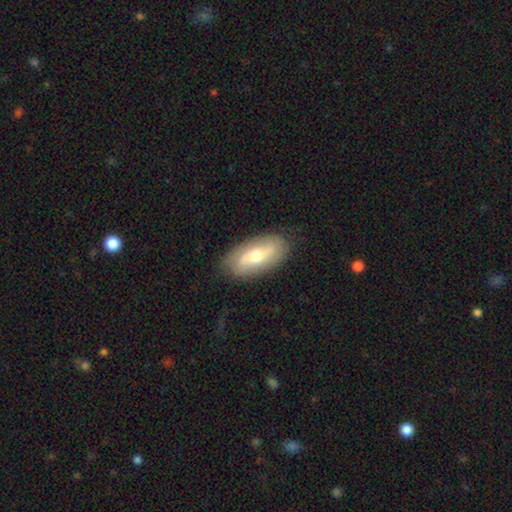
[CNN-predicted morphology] A smooth galaxy with no disk features (47%, tied with featured or disk). Merging: none (83%).